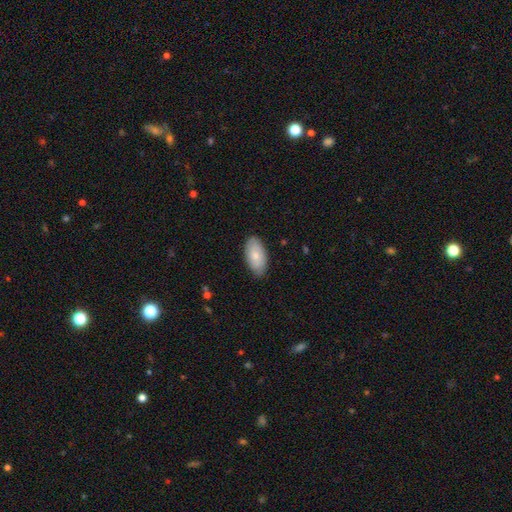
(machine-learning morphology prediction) This appears to be a smooth galaxy with no disk features (79%) that is in between round and cigar-shaped (94%). Merging: none (84%).